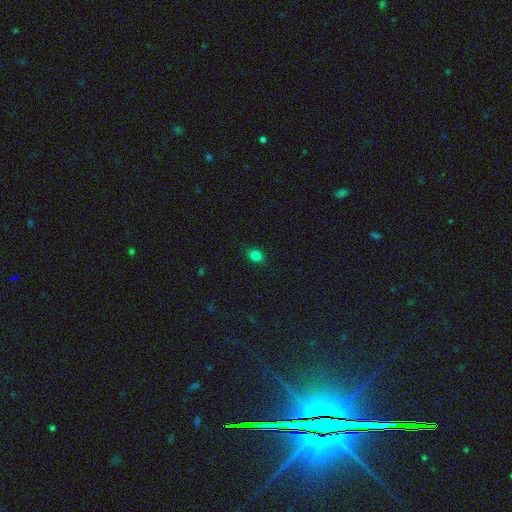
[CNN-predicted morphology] This appears to be a smooth galaxy with no disk features (81%) that is round (59%). Merging: none (88%).